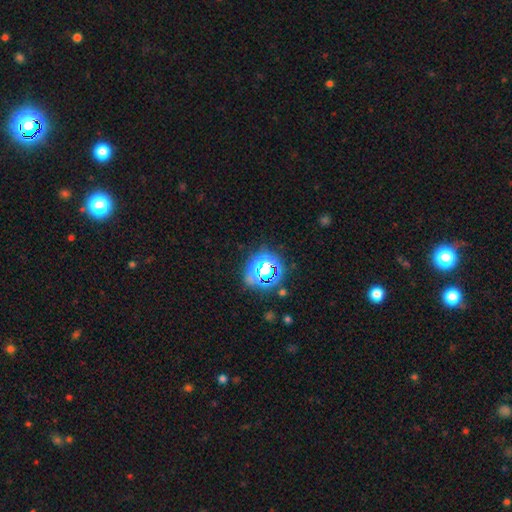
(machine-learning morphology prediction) This appears to be a star or artifact, not a galaxy (68%).